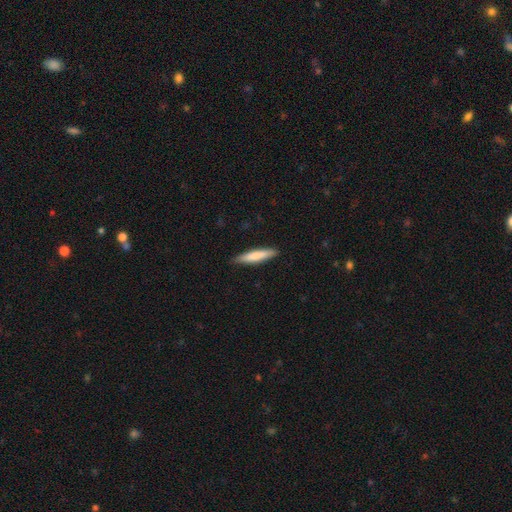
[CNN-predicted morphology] smooth_or_featured: smooth (p=0.74) [alt: featured or disk p=0.20]
how_rounded: cigar-shaped (p=0.87) [alt: in between p=0.12]
merging: none (p=0.88) [alt: minor disturbance p=0.09]